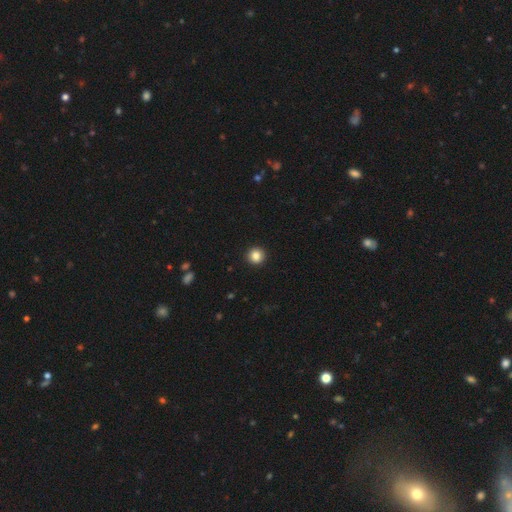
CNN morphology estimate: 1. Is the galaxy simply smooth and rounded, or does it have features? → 86% smooth, 10% star or artifact, 4% featured or disk.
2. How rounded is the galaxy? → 95% round, 4% in between, 1% cigar-shaped.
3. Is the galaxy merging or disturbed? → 93% none, 4% minor disturbance, 1% major disturbance, 1% merger.